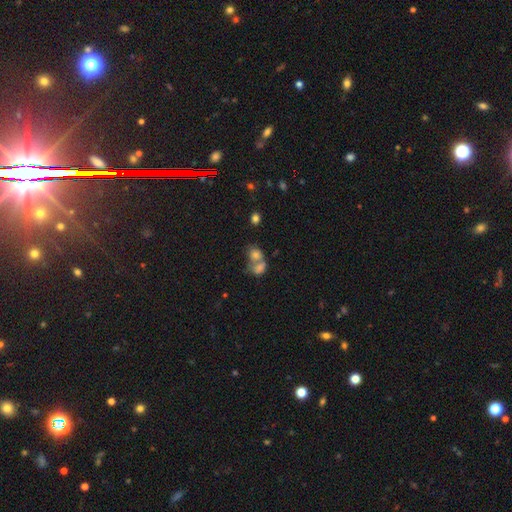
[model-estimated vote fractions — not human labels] This is likely a smooth galaxy (62%). How rounded: possibly in between (50%). Merging: possibly merger (59%).